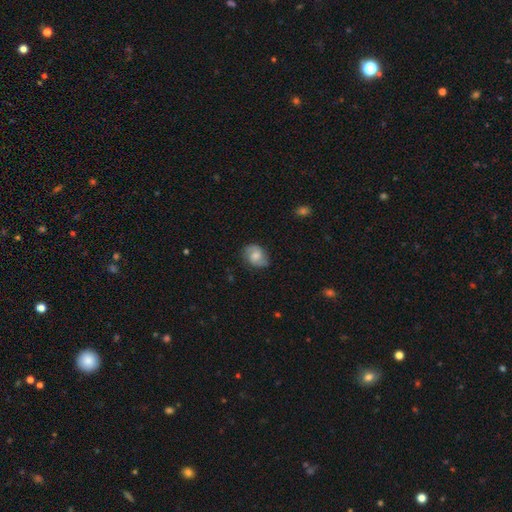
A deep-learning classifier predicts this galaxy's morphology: smooth-or-featured: featured or disk: 53% | smooth: 39% | star or artifact: 8%
  disk-edge-on: no: 97% | yes: 3%
    bar: no: 56% | weak: 37% | strong: 6%
    has-spiral-arms: yes: 90% | no: 10%
    bulge-size: moderate: 57% | small: 30% | large: 7% | none: 6% | dominant: 1%
  merging: none: 76% | minor disturbance: 18% | major disturbance: 5% | merger: 1%